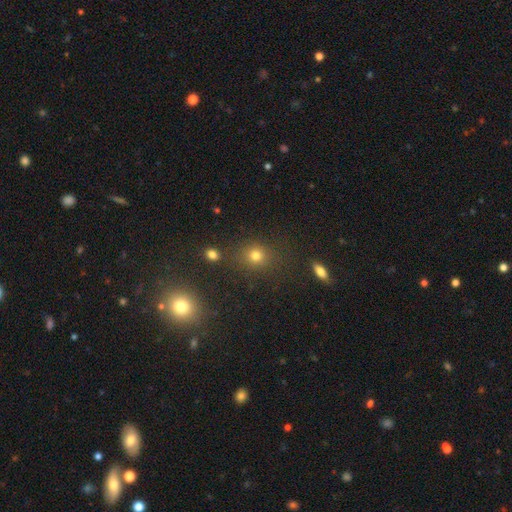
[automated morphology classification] Smooth or featured: smooth — 73% (star or artifact — 19%)
How rounded: round — 80% (in between — 19%)
Merging: none — 81% (minor disturbance — 10%)